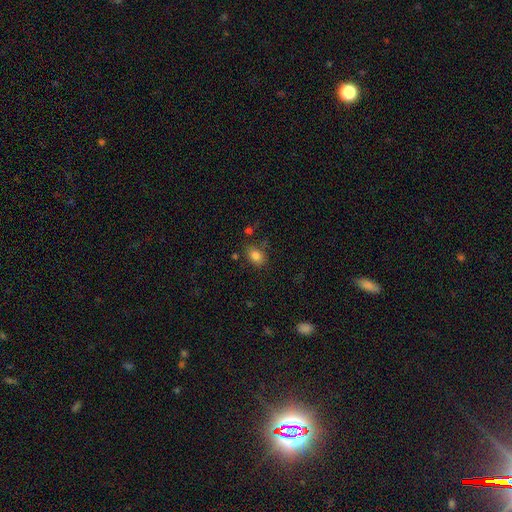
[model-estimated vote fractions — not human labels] smooth_or_featured: smooth (p=0.83) [alt: star or artifact p=0.10]
how_rounded: in between (p=0.71) [alt: round p=0.28]
merging: none (p=0.75) [alt: minor disturbance p=0.15]